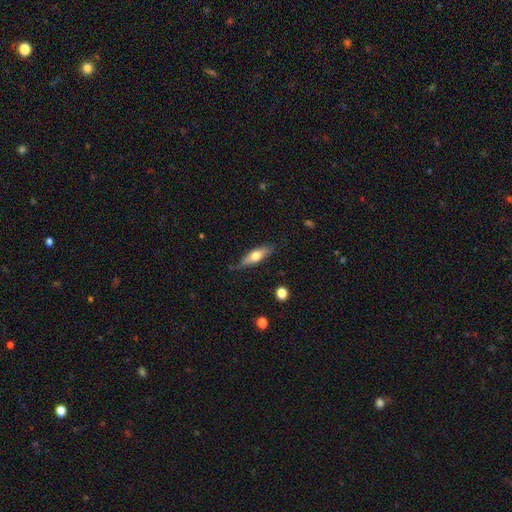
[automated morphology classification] Smooth or featured? Predicted: smooth (p=0.58). How rounded? Predicted: cigar-shaped (p=0.51). Merging? Predicted: none (p=0.78).